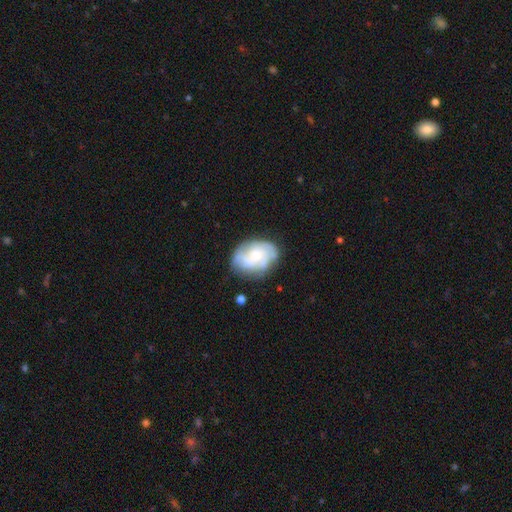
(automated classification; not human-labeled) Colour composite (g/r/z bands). It shows a featured or disk galaxy (63%) with no bar (75%), spiral arms (78%) and a moderate central bulge (47%). Merging: none (66%).